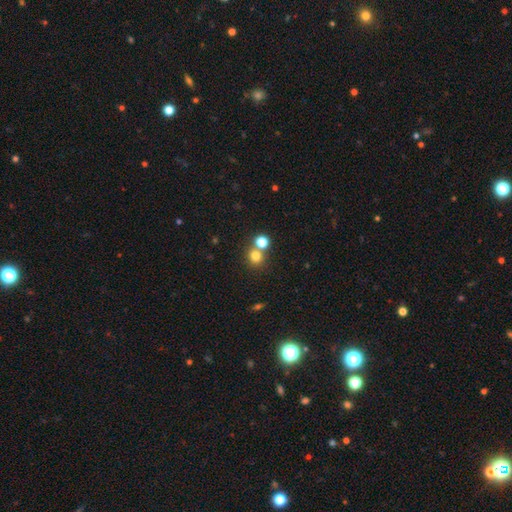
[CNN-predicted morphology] This is likely a smooth galaxy (77%). How rounded: clearly round (85%). Merging: possibly none (59%).